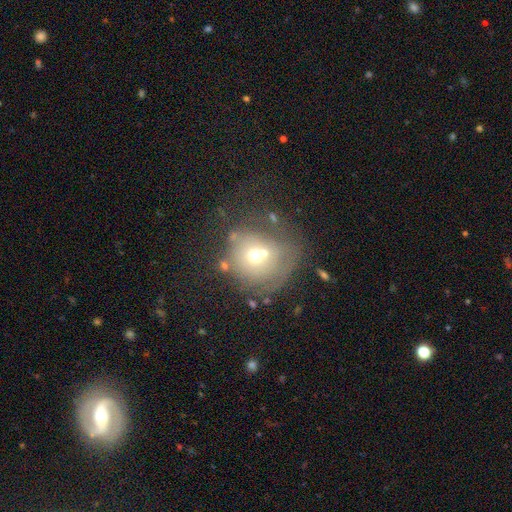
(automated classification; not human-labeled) A smooth galaxy with no disk features (58%) that is round (87%).

Vote fractions:
- Smooth or featured? smooth: 58% / featured or disk: 26% / star or artifact: 16%
- How rounded? round: 87% / in between: 12% / cigar-shaped: 1%
- Merging? none: 45% / merger: 23% / minor disturbance: 17% / major disturbance: 15%